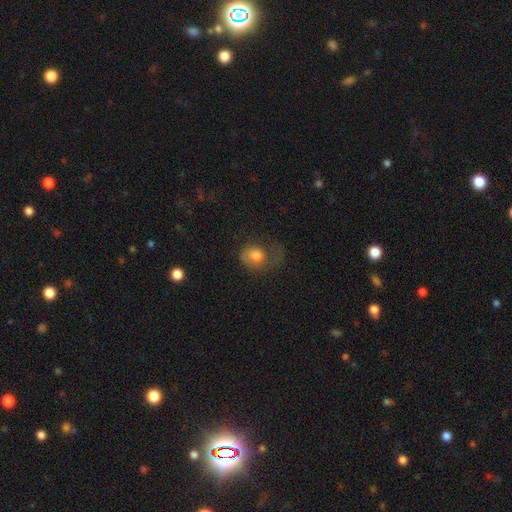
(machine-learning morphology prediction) The model was most divided on "how rounded": round: 54%, in between: 45%, cigar-shaped: 1%. Remaining: smooth or featured — smooth (62%); merging — major disturbance (48%).